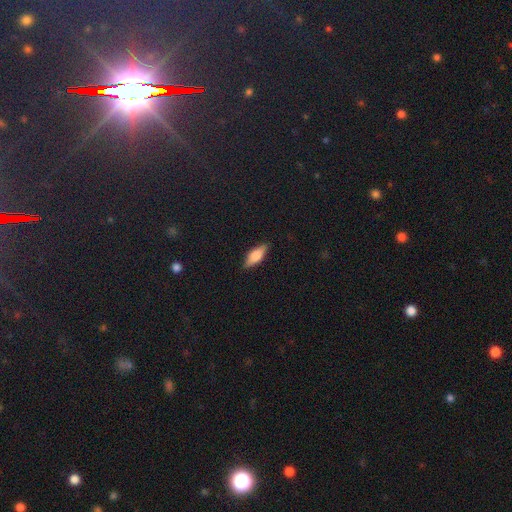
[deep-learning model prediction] Morphology: type=smooth (59%); roundness=in between (63%); merging=none (87%).